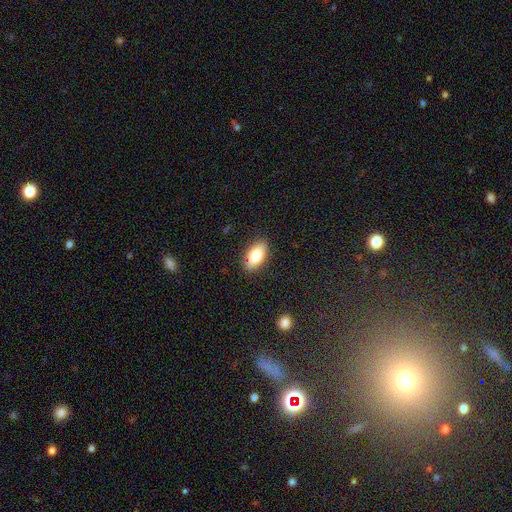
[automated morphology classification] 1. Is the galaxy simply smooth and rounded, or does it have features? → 78% smooth, 15% featured or disk, 7% star or artifact.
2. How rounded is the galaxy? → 89% in between, 7% cigar-shaped, 4% round.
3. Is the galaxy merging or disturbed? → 87% none, 10% minor disturbance, 2% major disturbance, 1% merger.